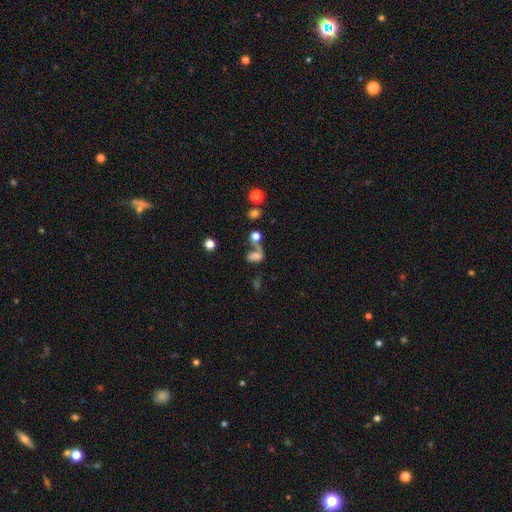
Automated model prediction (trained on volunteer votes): Smooth or featured? smooth (59%)
How rounded? in between (71%)
Merging? merger (41%)